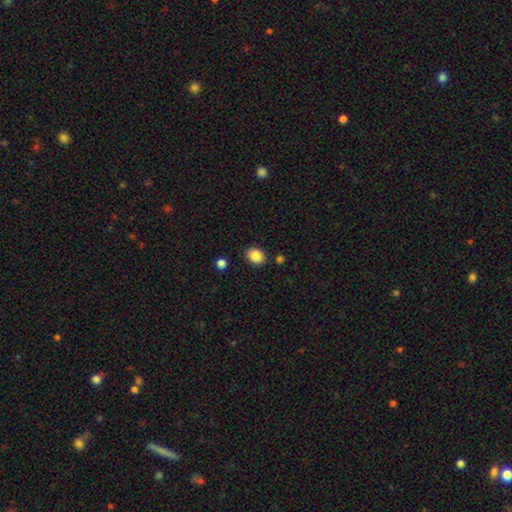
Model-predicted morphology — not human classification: type=smooth (87%); roundness=in between (54%); merging=none (86%).